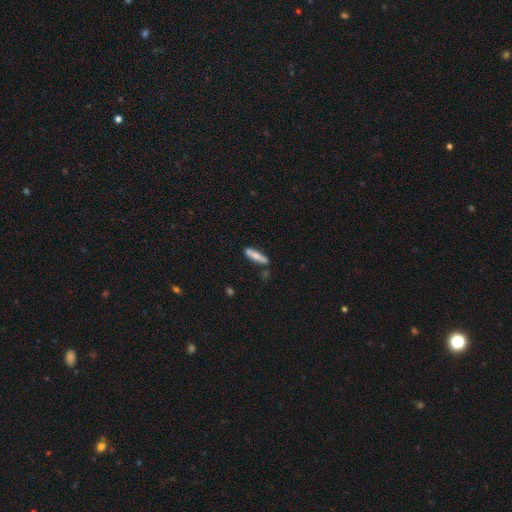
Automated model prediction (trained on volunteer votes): smooth-or-featured: smooth: 67% | featured or disk: 27% | star or artifact: 6%
  how-rounded: cigar-shaped: 83% | in between: 15% | round: 2%
  merging: none: 76% | minor disturbance: 15% | merger: 5% | major disturbance: 3%